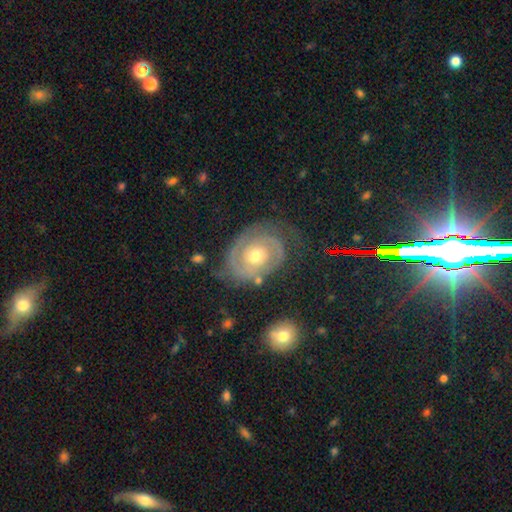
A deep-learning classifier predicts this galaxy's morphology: This is clearly a featured or disk galaxy (86%). It is clearly not viewed edge-on (97%). Bar: likely no (79%). Spiral arm pattern: clearly yes (96%). Spiral arm count: likely 2 (73%). Spiral winding: likely tight (74%). Central bulge: likely moderate (63%). Merging: likely none (76%).